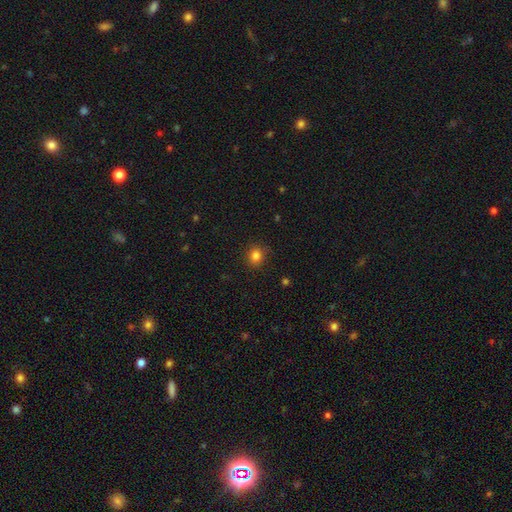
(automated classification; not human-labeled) Smooth or featured? smooth (82%)
How rounded? round (79%)
Merging? none (87%)